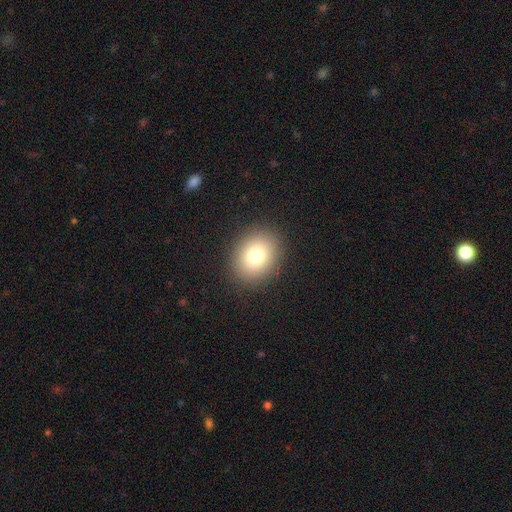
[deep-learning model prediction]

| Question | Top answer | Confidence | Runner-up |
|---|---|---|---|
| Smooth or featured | smooth | 79% | star or artifact (12%) |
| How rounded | round | 55% | in between (44%) |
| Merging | none | 90% | minor disturbance (7%) |